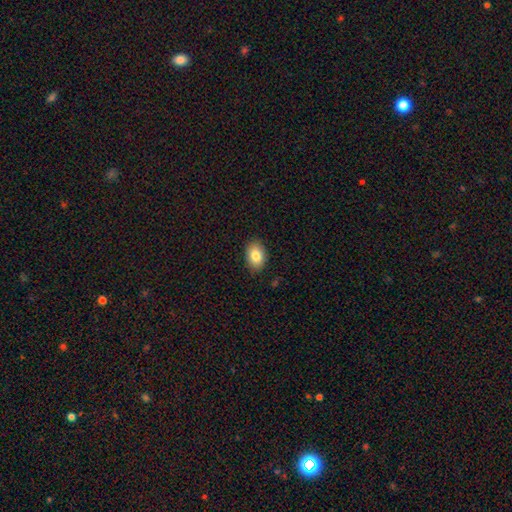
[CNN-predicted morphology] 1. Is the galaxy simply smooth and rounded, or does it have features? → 84% smooth, 8% featured or disk, 8% star or artifact.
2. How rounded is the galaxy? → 82% in between, 17% round, 1% cigar-shaped.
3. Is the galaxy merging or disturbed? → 87% none, 10% minor disturbance, 2% major disturbance, 1% merger.